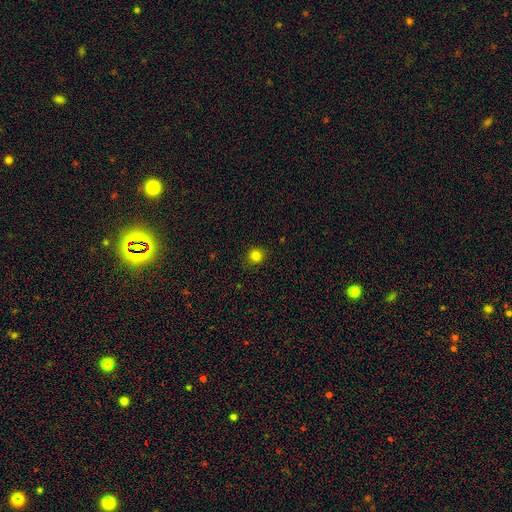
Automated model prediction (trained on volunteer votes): Q: Smooth or featured?
A: smooth (83%); runner-up: star or artifact (14%)
Q: How rounded?
A: round (93%); runner-up: in between (6%)
Q: Merging?
A: none (90%); runner-up: minor disturbance (7%)